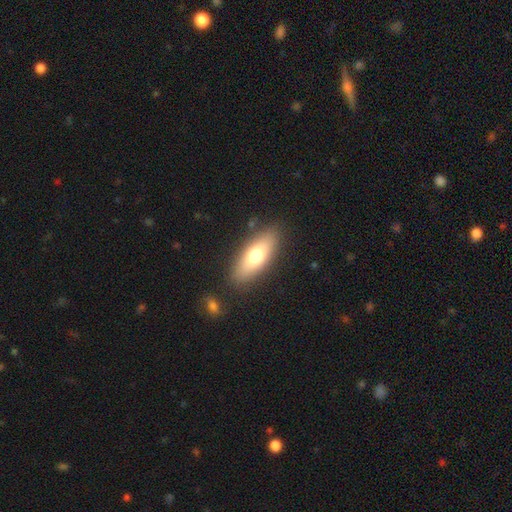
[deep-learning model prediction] This is likely a smooth galaxy (69%). How rounded: likely in between (71%). Merging: clearly none (85%).